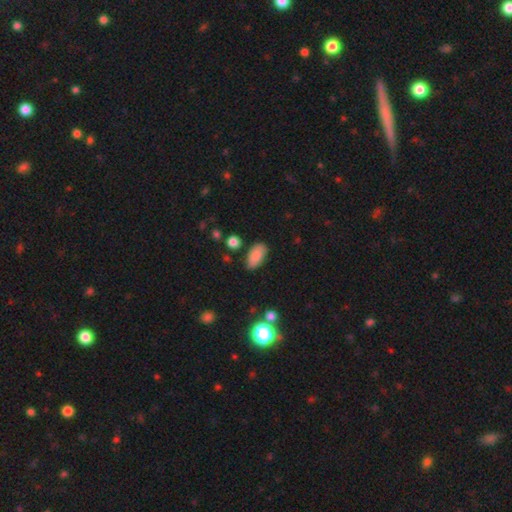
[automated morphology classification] A smooth galaxy with no disk features (86%) that is in between round and cigar-shaped (92%).

Vote fractions:
- Smooth or featured? smooth: 86% / star or artifact: 9% / featured or disk: 6%
- How rounded? in between: 92% / cigar-shaped: 4% / round: 3%
- Merging? none: 78% / minor disturbance: 16% / major disturbance: 3% / merger: 3%